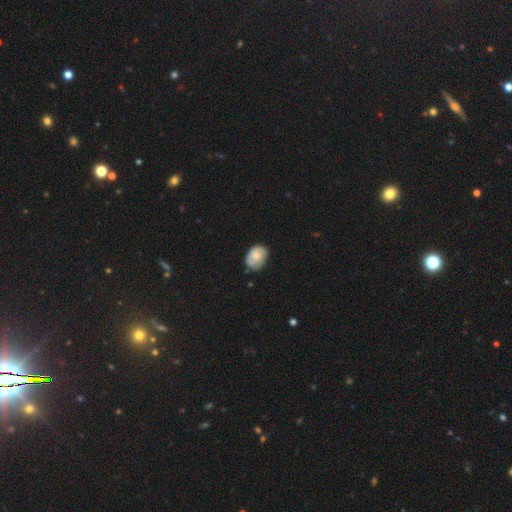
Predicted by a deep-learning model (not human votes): Morphology: type=smooth (68%); roundness=in between (68%); merging=none (62%).